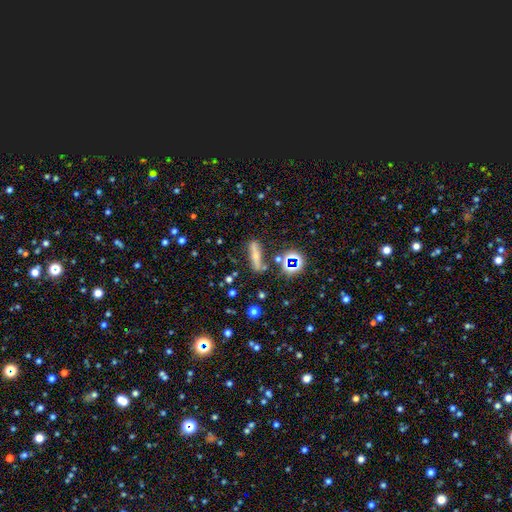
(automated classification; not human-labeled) Smooth or featured?
  - smooth: 47% *
  - featured or disk: 33%
  - star or artifact: 19%
Merging?
  - none: 74% *
  - minor disturbance: 14%
  - merger: 7%
  - major disturbance: 5%